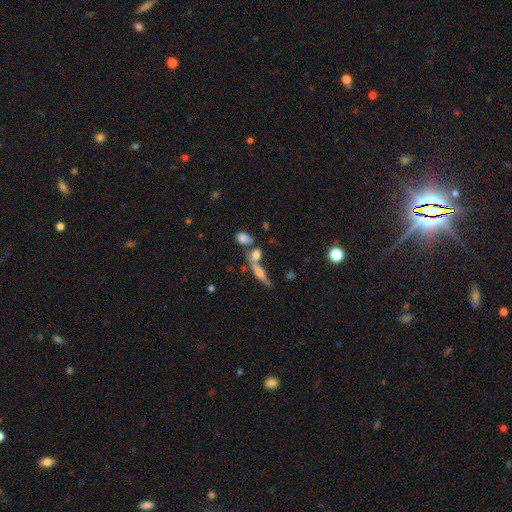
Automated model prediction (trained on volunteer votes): This is possibly a smooth galaxy (53%). How rounded: possibly in between (46%). Merging: marginally none (41%).